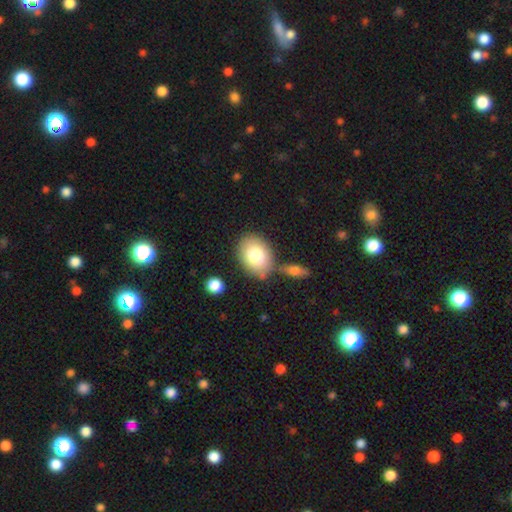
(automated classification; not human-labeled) smooth-or-featured: smooth: 78% | featured or disk: 14% | star or artifact: 7%
  how-rounded: in between: 74% | round: 25% | cigar-shaped: 1%
  merging: none: 70% | minor disturbance: 13% | merger: 13% | major disturbance: 4%